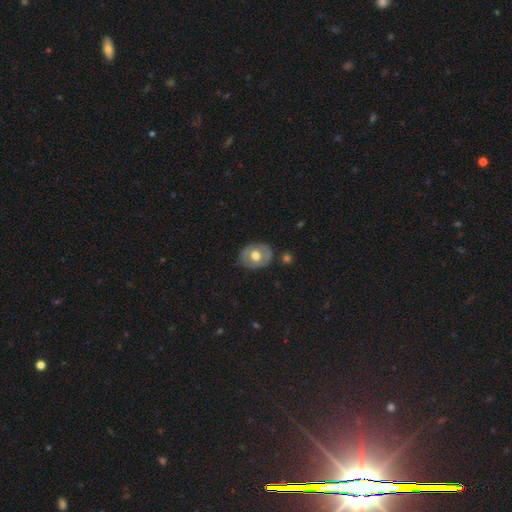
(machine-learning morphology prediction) This appears to be a smooth galaxy with no disk features (56%) that is in between round and cigar-shaped (50%). Merging: none (78%).